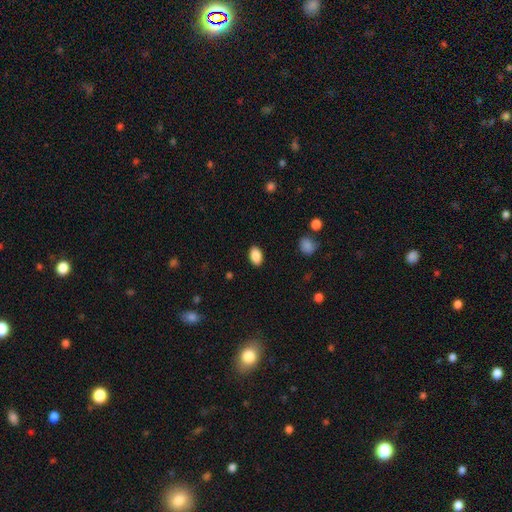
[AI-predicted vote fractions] A smooth galaxy with no disk features (89%) that is in between round and cigar-shaped (89%). Merging: none (89%).